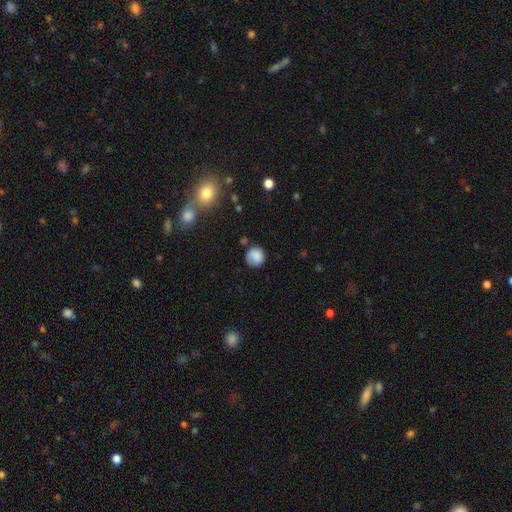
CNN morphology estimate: Smooth or featured: smooth — 82% (star or artifact — 9%)
How rounded: round — 88% (in between — 12%)
Merging: none — 71% (minor disturbance — 20%)